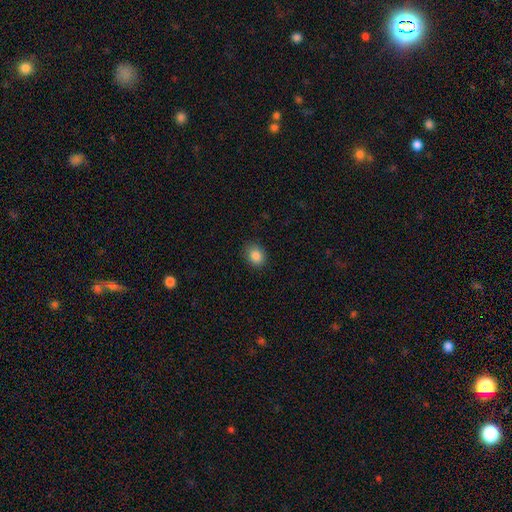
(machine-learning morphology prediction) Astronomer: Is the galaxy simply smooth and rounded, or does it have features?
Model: smooth — 86%.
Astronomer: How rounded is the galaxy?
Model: in between — 53% (runner-up: round, 47%).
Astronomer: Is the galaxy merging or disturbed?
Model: none — 86%.